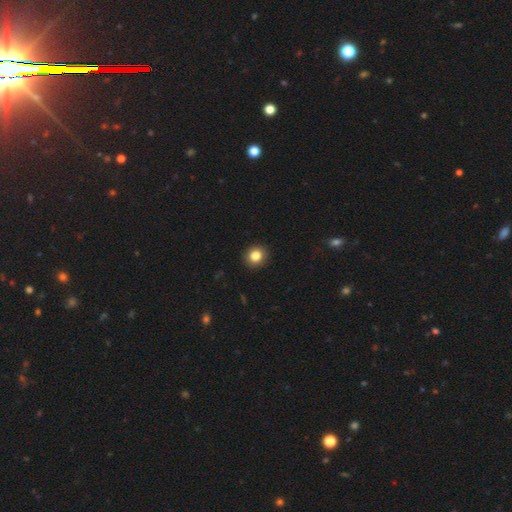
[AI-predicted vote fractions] Smooth or featured: smooth — 84% (star or artifact — 10%)
How rounded: round — 83% (in between — 16%)
Merging: none — 92% (minor disturbance — 6%)